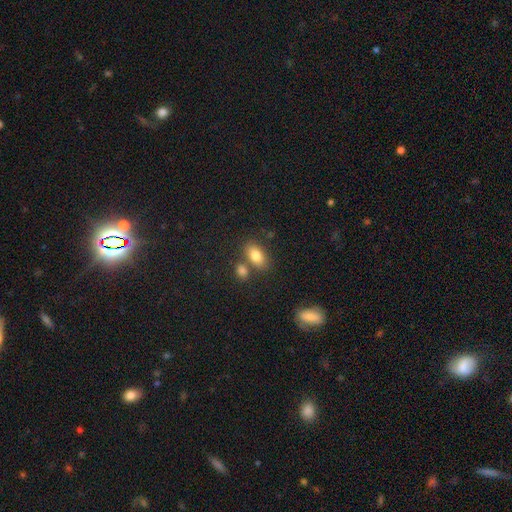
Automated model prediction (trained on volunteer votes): A smooth galaxy with no disk features (82%) that is in between round and cigar-shaped (88%). Merging: none (64%).